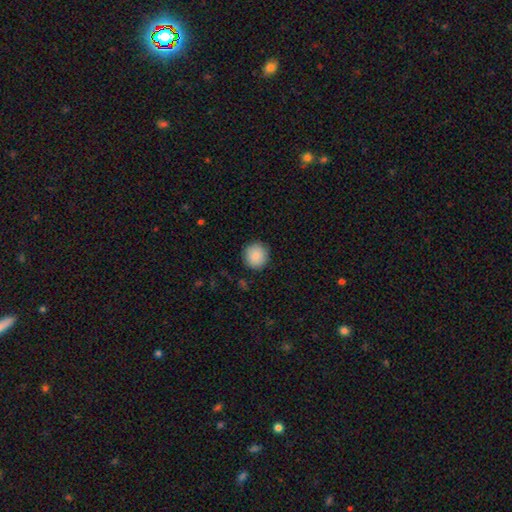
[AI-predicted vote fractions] smooth 89%, star or artifact 7%, featured or disk 4%. Down the decision tree: how rounded — round (93%); merging — none (90%).